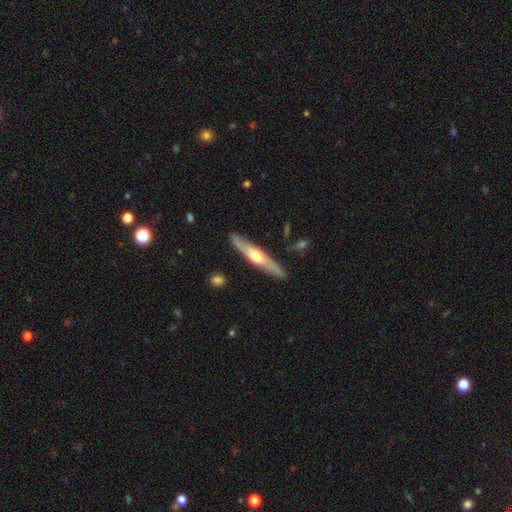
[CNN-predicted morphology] This appears to be a featured or disk galaxy (62%) viewed edge-on (89%) with a rounded central bulge (86%). Merging: none (87%).